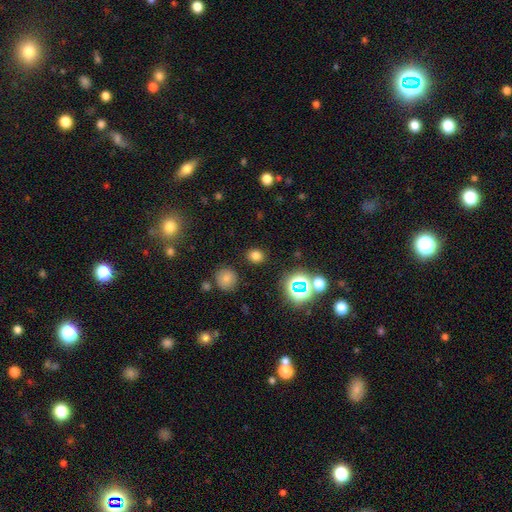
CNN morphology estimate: smooth_or_featured: smooth (p=0.72) [alt: star or artifact p=0.22]
how_rounded: round (p=0.68) [alt: in between p=0.31]
merging: none (p=0.86) [alt: minor disturbance p=0.08]